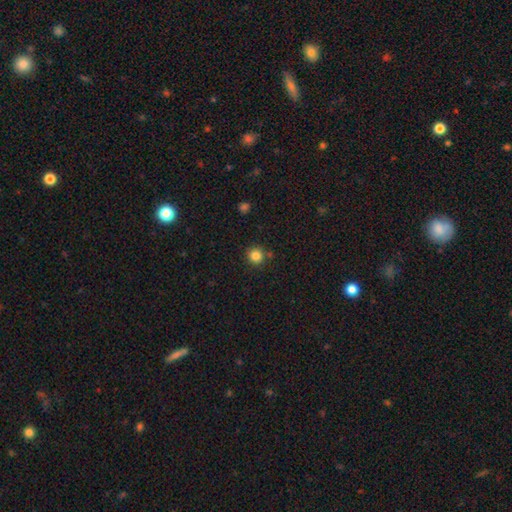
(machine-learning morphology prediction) Smooth or featured: smooth — 84% (star or artifact — 12%)
How rounded: round — 93% (in between — 6%)
Merging: none — 85% (minor disturbance — 8%)